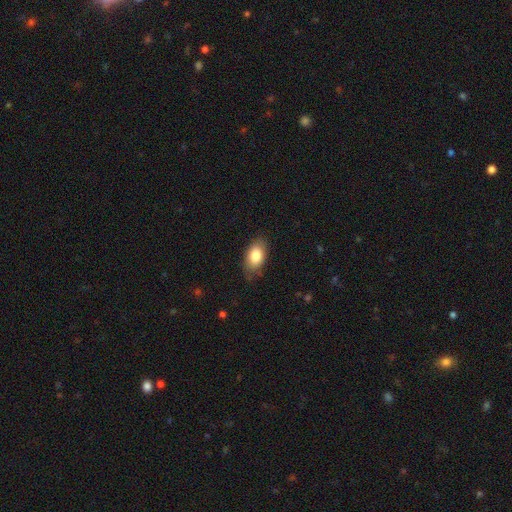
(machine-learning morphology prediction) This is clearly a smooth galaxy (83%). How rounded: clearly in between (91%). Merging: likely none (79%).